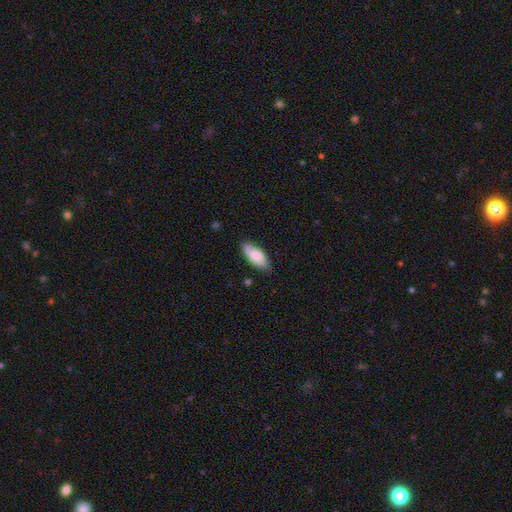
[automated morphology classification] type=smooth (79%); roundness=in between (85%); merging=none (78%).